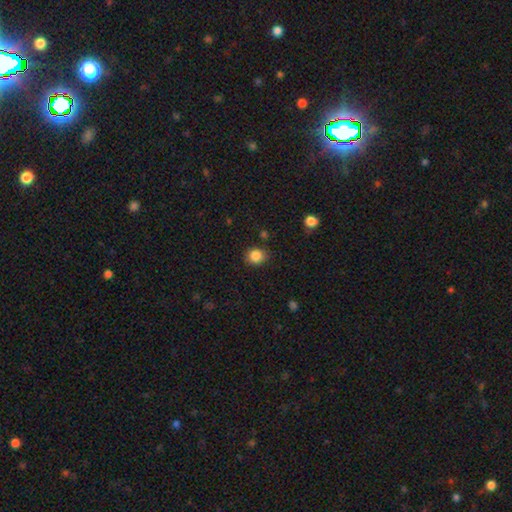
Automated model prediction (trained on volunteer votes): A smooth galaxy with no disk features (86%) that is round (74%).

Vote fractions:
- Smooth or featured? smooth: 86% / star or artifact: 10% / featured or disk: 4%
- How rounded? round: 74% / in between: 25% / cigar-shaped: 1%
- Merging? none: 84% / minor disturbance: 11% / major disturbance: 3% / merger: 2%